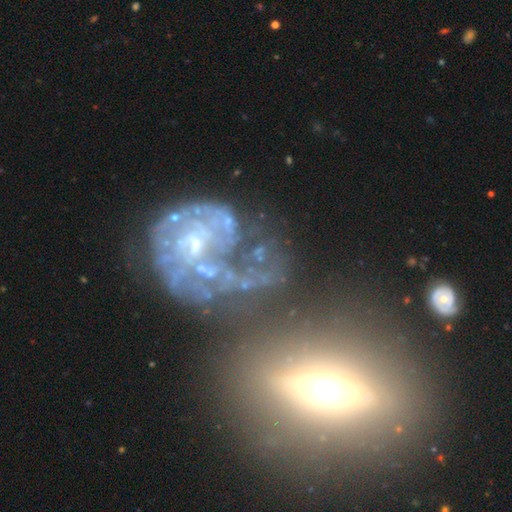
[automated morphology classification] featured or disk 78%, star or artifact 12%, smooth 11%. Down the decision tree: edge-on disk — no (92%); bar — no (68%); spiral arms — yes (72%); spiral arm count — can't tell (41%); spiral winding — tight (52%); bulge size — small (49%); merging — none (39%).